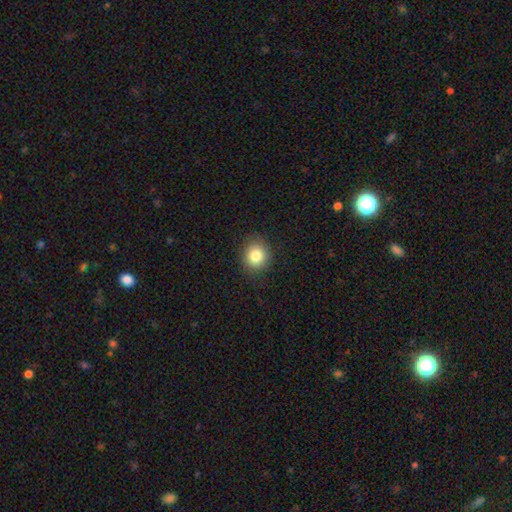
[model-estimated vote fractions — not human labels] Morphology: type=smooth (83%); roundness=round (82%); merging=none (89%).